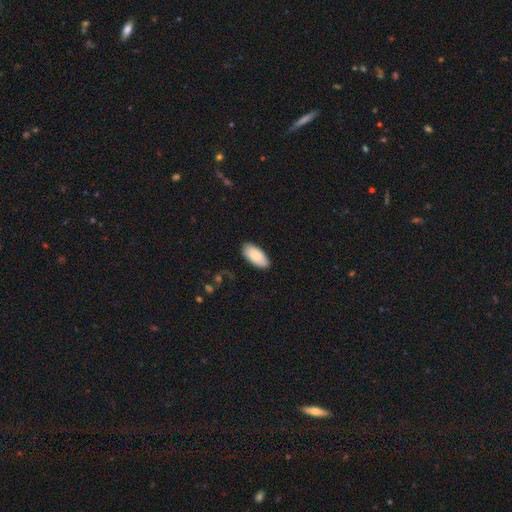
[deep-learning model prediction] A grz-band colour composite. It shows a smooth galaxy with no disk features (84%) that is in between round and cigar-shaped (94%). Merging: none (85%).